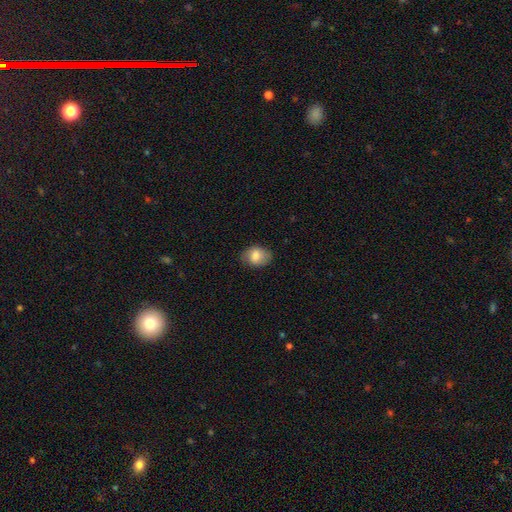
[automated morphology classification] smooth_or_featured: smooth (p=0.79) [alt: featured or disk p=0.13]
how_rounded: in between (p=0.68) [alt: round p=0.31]
merging: none (p=0.75) [alt: minor disturbance p=0.20]